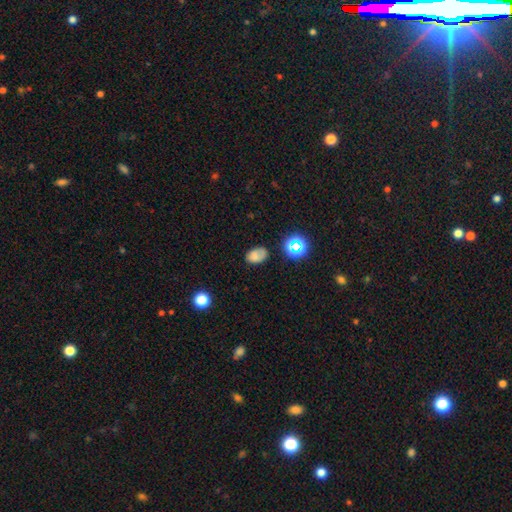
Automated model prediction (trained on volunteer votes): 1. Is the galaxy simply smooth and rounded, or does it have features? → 72% smooth, 16% star or artifact, 11% featured or disk.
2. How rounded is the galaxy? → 78% in between, 21% round, 1% cigar-shaped.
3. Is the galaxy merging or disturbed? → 64% none, 23% minor disturbance, 7% major disturbance, 5% merger.